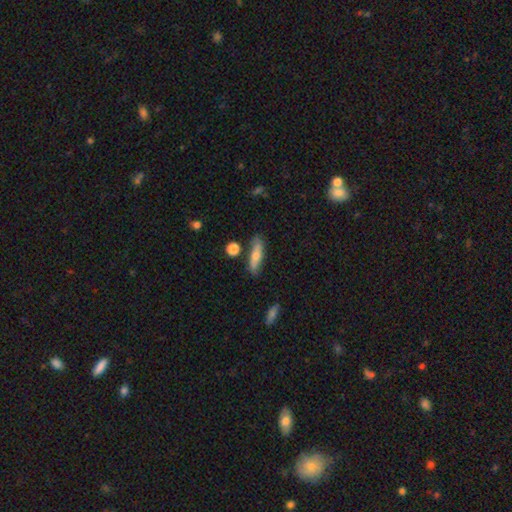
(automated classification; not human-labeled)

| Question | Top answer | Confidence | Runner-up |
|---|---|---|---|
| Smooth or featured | smooth | 57% | featured or disk (35%) |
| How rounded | cigar-shaped | 72% | in between (25%) |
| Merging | none | 79% | minor disturbance (14%) |